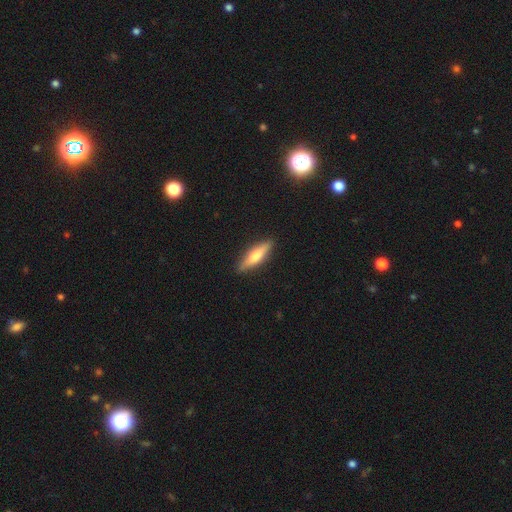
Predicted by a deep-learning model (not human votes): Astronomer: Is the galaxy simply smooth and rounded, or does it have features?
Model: smooth — 51% (runner-up: featured or disk, 43%).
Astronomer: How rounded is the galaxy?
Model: cigar-shaped — 74%.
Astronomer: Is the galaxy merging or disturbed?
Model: none — 90%.